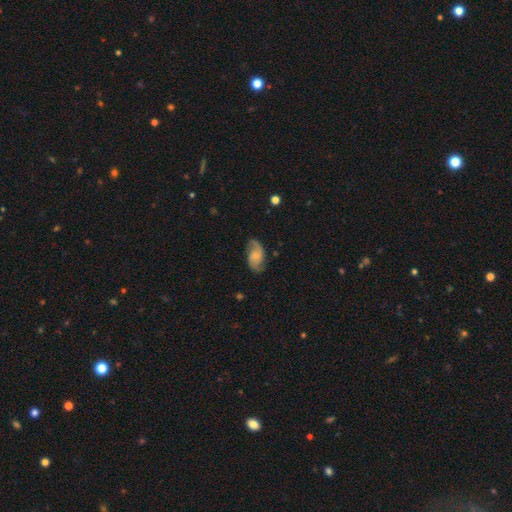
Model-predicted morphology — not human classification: smooth_or_featured: featured or disk (p=0.72) [alt: smooth p=0.22]
disk_edge_on: no (p=0.97) [alt: yes p=0.03]
bar: no (p=0.60) [alt: weak p=0.34]
has_spiral_arms: yes (p=0.94) [alt: no p=0.06]
spiral_winding: medium (p=0.46) [alt: loose p=0.36]
spiral_arm_count: 2 (p=0.88) [alt: can't tell p=0.05]
bulge_size: small (p=0.46) [alt: moderate p=0.25]
merging: none (p=0.76) [alt: minor disturbance p=0.17]